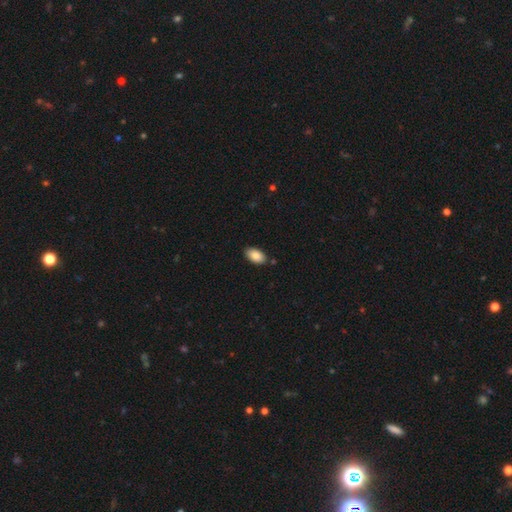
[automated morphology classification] Smooth or featured? Predicted: smooth (p=0.87). How rounded? Predicted: in between (p=0.95). Merging? Predicted: none (p=0.84).